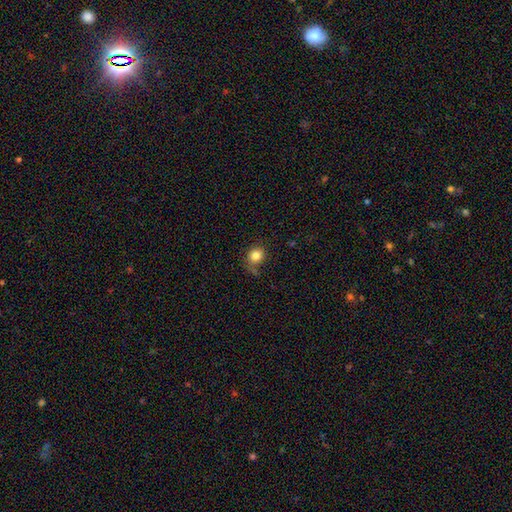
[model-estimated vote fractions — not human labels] Overall: smooth (83%). How rounded: round (72%). Merging: none (70%).